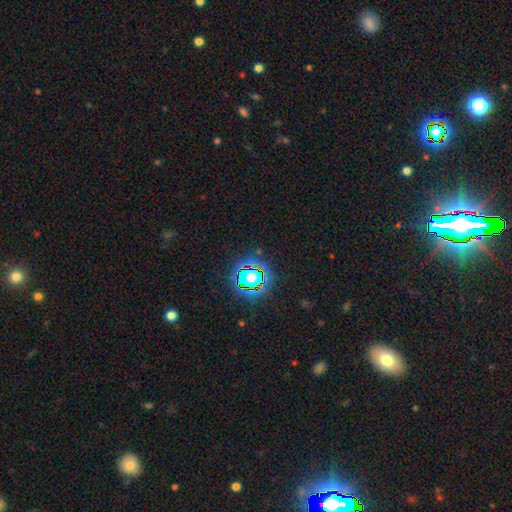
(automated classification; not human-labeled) star or artifact 78%, smooth 13%, featured or disk 9%.